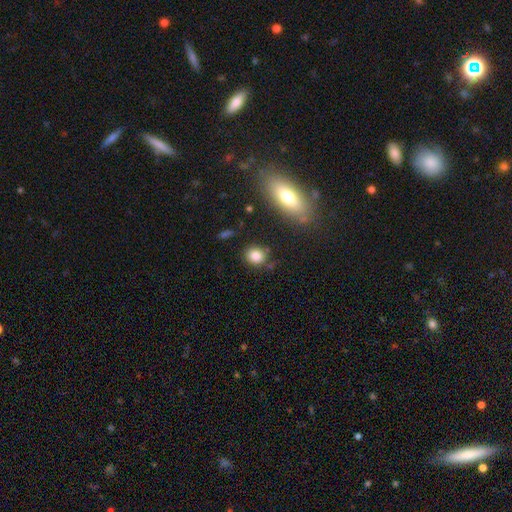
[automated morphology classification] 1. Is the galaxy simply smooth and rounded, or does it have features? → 84% smooth, 10% star or artifact, 6% featured or disk.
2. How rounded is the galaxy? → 74% round, 24% in between, 2% cigar-shaped.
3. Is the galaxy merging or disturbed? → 81% none, 12% minor disturbance, 4% merger, 3% major disturbance.